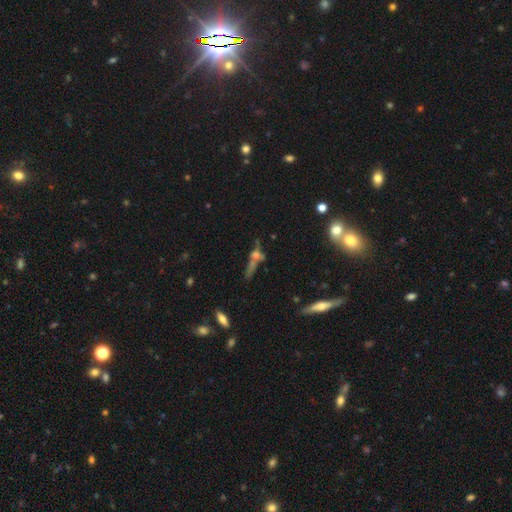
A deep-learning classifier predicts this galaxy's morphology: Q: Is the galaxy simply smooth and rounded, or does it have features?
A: featured or disk — 42%.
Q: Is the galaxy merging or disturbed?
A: none — 49%.